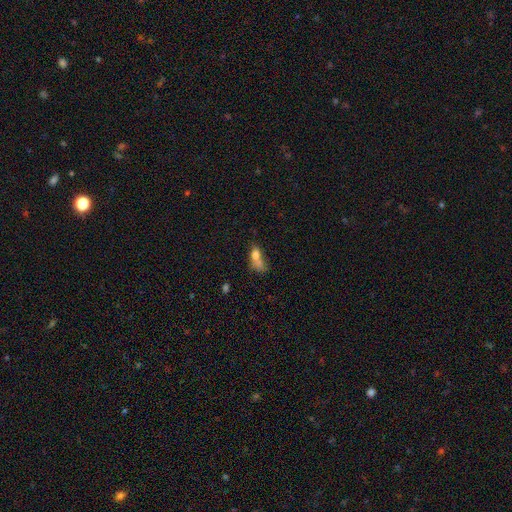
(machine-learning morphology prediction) Smooth or featured: smooth — 70% (featured or disk — 19%)
How rounded: in between — 70% (round — 23%)
Merging: merger — 59% (none — 19%)